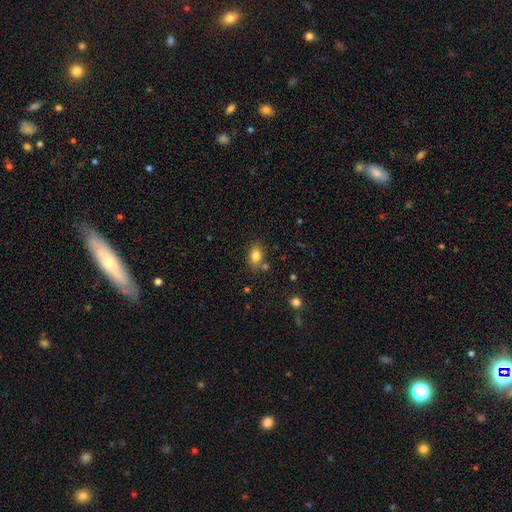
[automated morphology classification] Smooth or featured? Predicted: smooth (p=0.83). How rounded? Predicted: in between (p=0.79). Merging? Predicted: none (p=0.74).